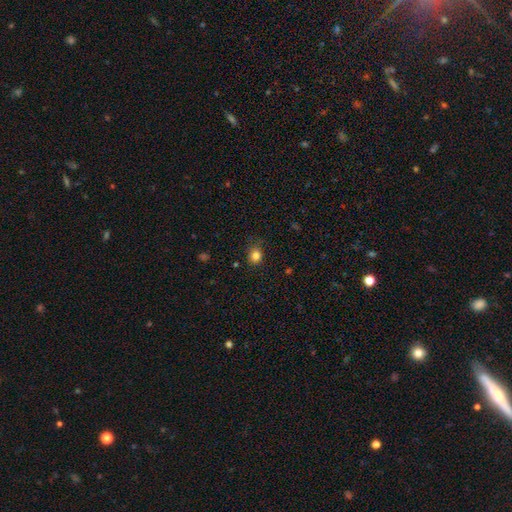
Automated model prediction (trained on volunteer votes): A smooth galaxy with no disk features (83%) that is round (66%).

Vote fractions:
- Smooth or featured? smooth: 83% / star or artifact: 12% / featured or disk: 5%
- How rounded? round: 66% / in between: 33% / cigar-shaped: 1%
- Merging? none: 80% / minor disturbance: 15% / major disturbance: 3% / merger: 1%